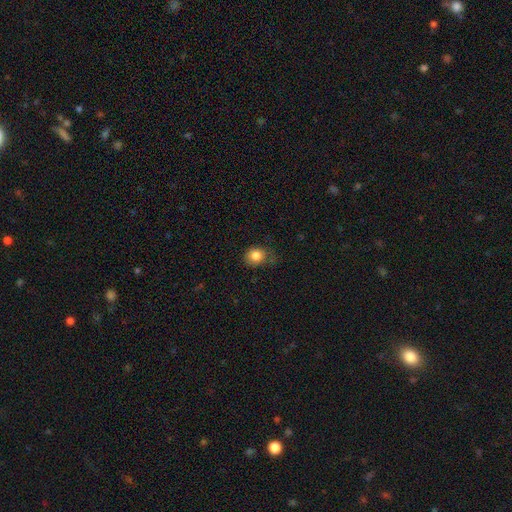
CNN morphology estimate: This is clearly a smooth galaxy (83%). How rounded: likely round (66%). Merging: likely none (64%).